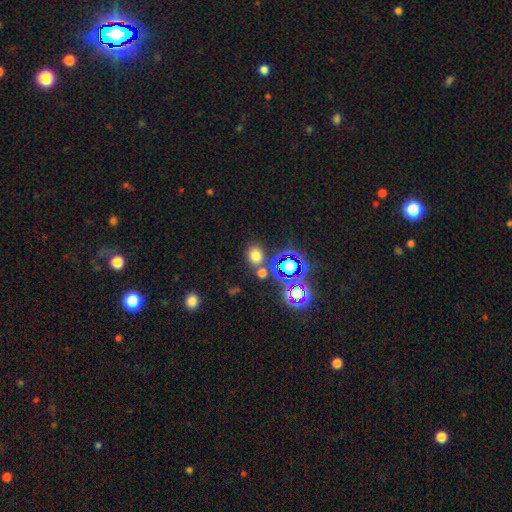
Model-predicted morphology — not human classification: smooth 67%, star or artifact 26%, featured or disk 7%. Down the decision tree: how rounded — round (71%); merging — none (76%).